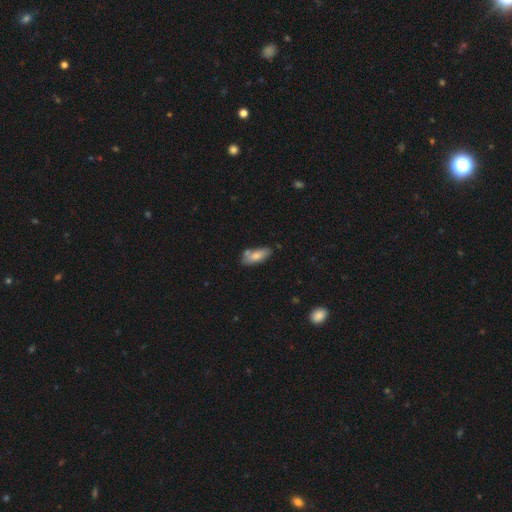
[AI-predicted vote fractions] smooth 75%, featured or disk 18%, star or artifact 7%. Down the decision tree: how rounded — in between (73%); merging — none (65%).